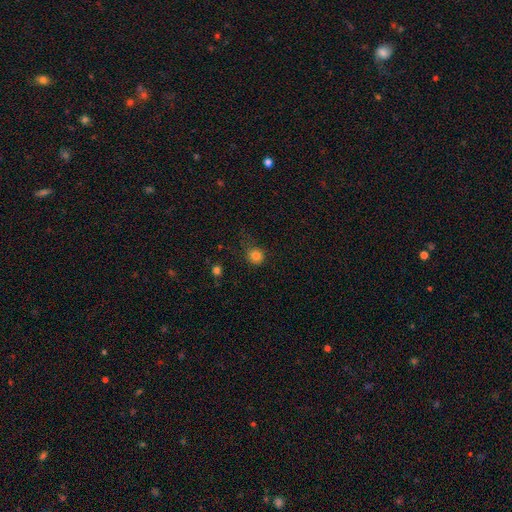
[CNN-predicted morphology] A smooth galaxy with no disk features (83%) that is round (89%).

Vote fractions:
- Smooth or featured? smooth: 83% / star or artifact: 13% / featured or disk: 5%
- How rounded? round: 89% / in between: 10% / cigar-shaped: 1%
- Merging? none: 72% / minor disturbance: 18% / major disturbance: 8% / merger: 2%